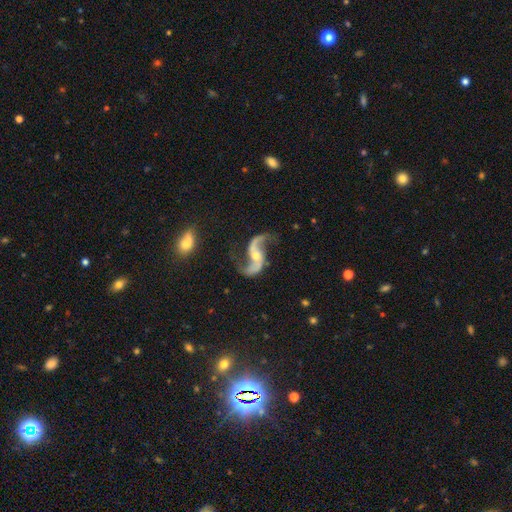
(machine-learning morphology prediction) Smooth or featured: featured or disk — 92% (star or artifact — 5%)
Edge-on disk: no — 97% (yes — 3%)
Bar: no — 51% (weak — 32%)
Spiral arms: yes — 97% (no — 3%)
Spiral winding: loose — 85% (medium — 12%)
Spiral arm count: 2 — 94% (1 — 2%)
Bulge size: moderate — 49% (small — 44%)
Merging: none — 74% (minor disturbance — 14%)